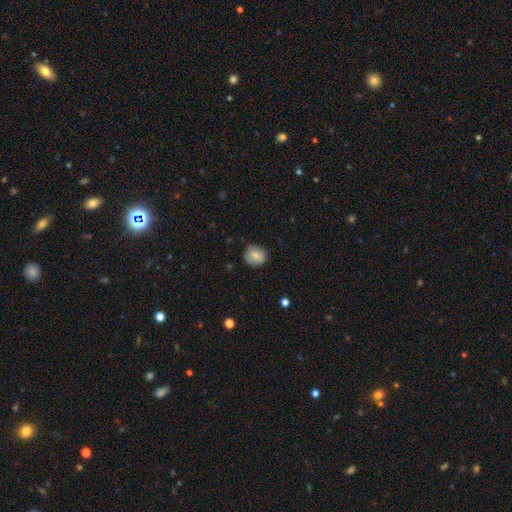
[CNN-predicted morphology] The model was most divided on "how rounded": round: 75%, in between: 24%, cigar-shaped: 1%. More confident: smooth or featured — smooth (81%); merging — none (78%).